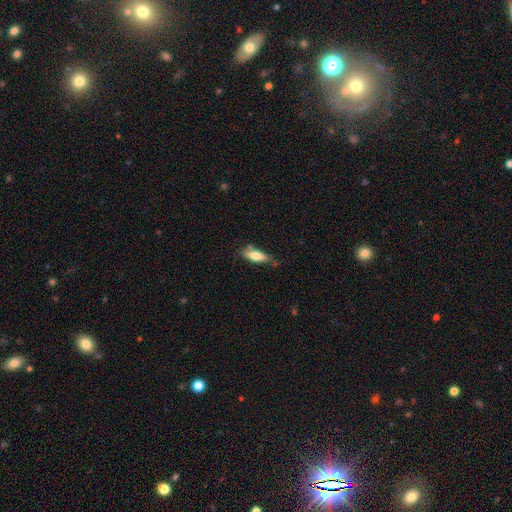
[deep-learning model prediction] smooth_or_featured: smooth (p=0.69) [alt: featured or disk p=0.24]
how_rounded: in between (p=0.62) [alt: cigar-shaped p=0.36]
merging: none (p=0.64) [alt: minor disturbance p=0.24]